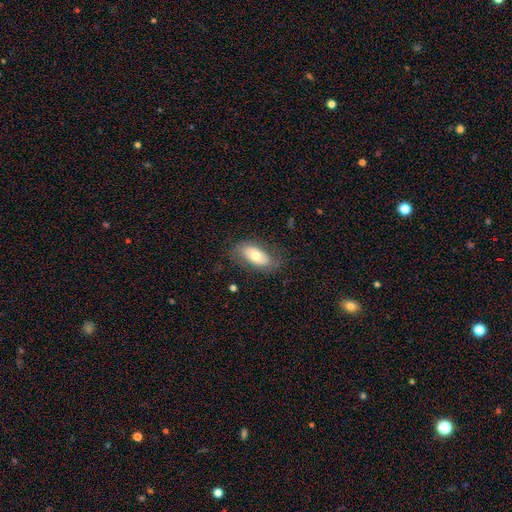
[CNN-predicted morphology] Smooth or featured?
  - smooth: 64% *
  - featured or disk: 29%
  - star or artifact: 7%
How rounded?
  - in between: 91% *
  - cigar-shaped: 5%
  - round: 4%
Merging?
  - none: 74% *
  - minor disturbance: 18%
  - major disturbance: 8%
  - merger: 1%